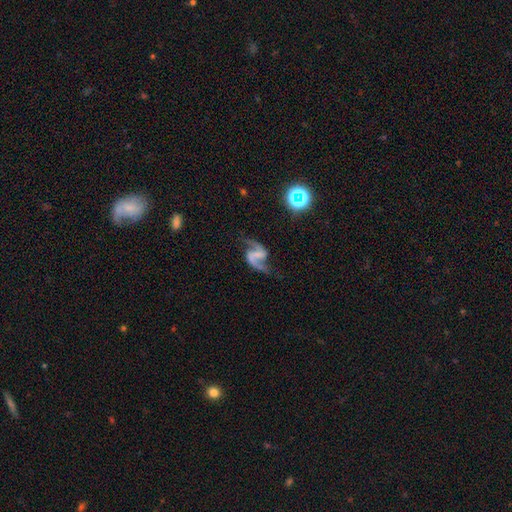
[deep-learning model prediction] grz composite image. It shows a featured or disk galaxy (89%) with a weak bar (38%, tied with strong), 2 (93%) loose (65%) spiral arms (97%) and no central bulge (69%). Merging: none (73%).